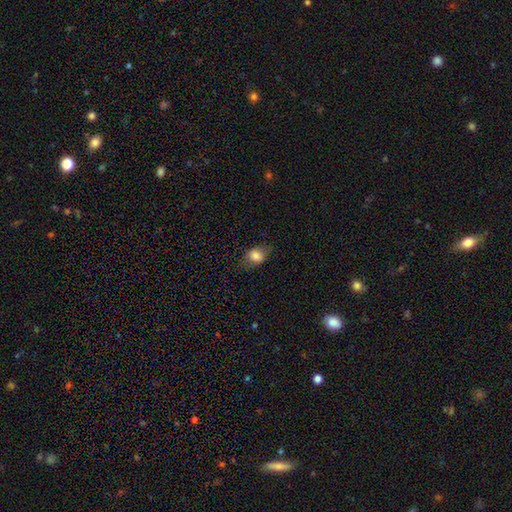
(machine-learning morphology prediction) Smooth or featured: smooth — 76% (featured or disk — 14%)
How rounded: in between — 62% (round — 36%)
Merging: none — 67% (minor disturbance — 23%)